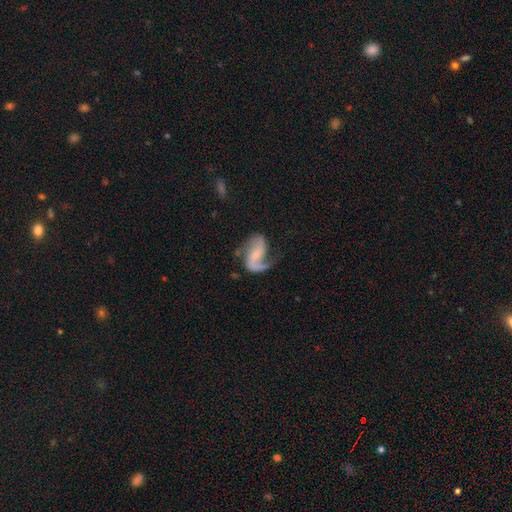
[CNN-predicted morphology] Smooth or featured: featured or disk — 83% (smooth — 11%)
Edge-on disk: no — 98% (yes — 2%)
Bar: weak — 42% (no — 36%)
Spiral arms: yes — 95% (no — 5%)
Spiral winding: loose — 55% (medium — 36%)
Spiral arm count: 2 — 65% (1 — 31%)
Bulge size: small — 48% (none — 26%)
Merging: none — 48% (major disturbance — 27%)